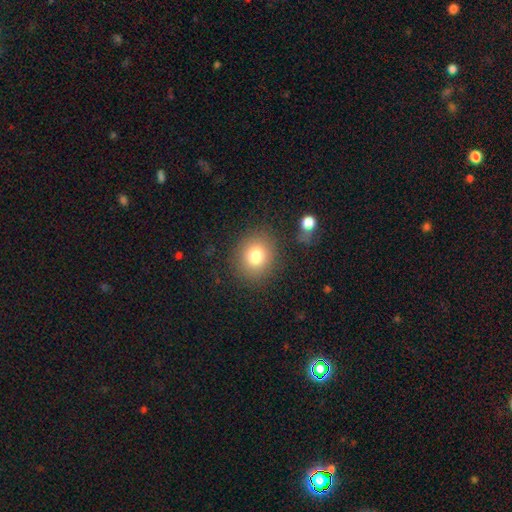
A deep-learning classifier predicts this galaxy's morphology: smooth_or_featured: smooth (p=0.79) [alt: star or artifact p=0.11]
how_rounded: round (p=0.77) [alt: in between p=0.22]
merging: none (p=0.83) [alt: minor disturbance p=0.10]